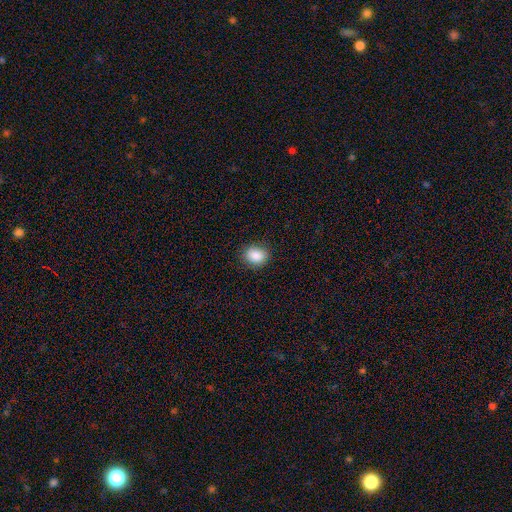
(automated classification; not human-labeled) A smooth galaxy with no disk features (88%) that is round (50%).

Vote fractions:
- Smooth or featured? smooth: 88% / star or artifact: 8% / featured or disk: 4%
- How rounded? round: 50% / in between: 49% / cigar-shaped: 1%
- Merging? none: 86% / minor disturbance: 10% / major disturbance: 3% / merger: 1%